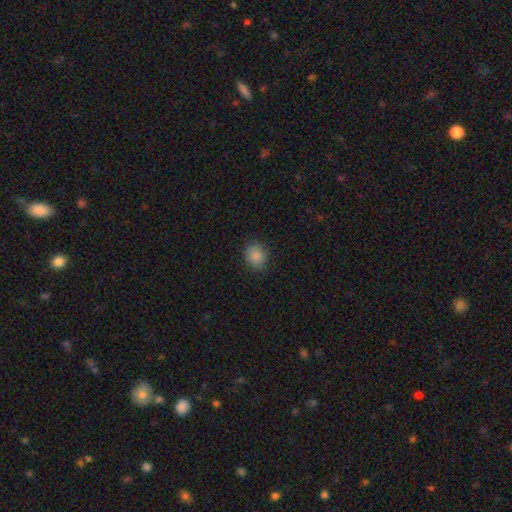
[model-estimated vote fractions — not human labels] Smooth or featured? Predicted: smooth (p=0.87). How rounded? Predicted: round (p=0.72). Merging? Predicted: none (p=0.87).